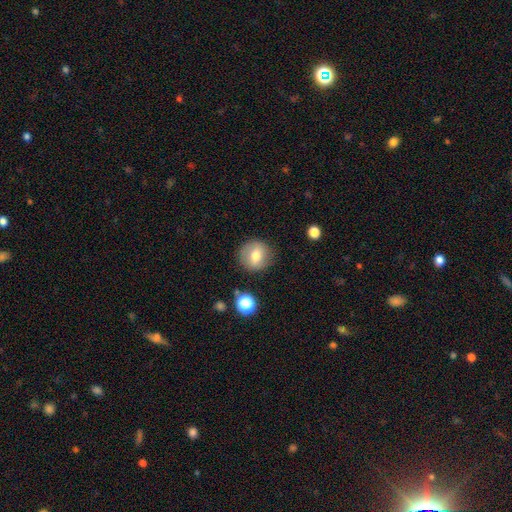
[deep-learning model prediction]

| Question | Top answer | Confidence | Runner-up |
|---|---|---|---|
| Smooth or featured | smooth | 69% | featured or disk (21%) |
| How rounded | round | 89% | in between (10%) |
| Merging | none | 85% | minor disturbance (10%) |